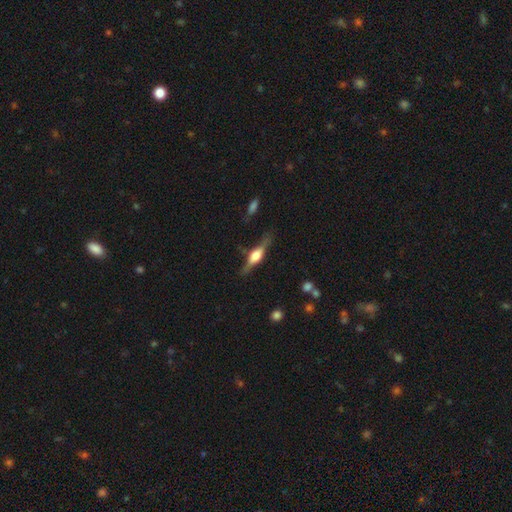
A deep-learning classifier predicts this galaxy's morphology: A featured or disk galaxy (67%) viewed edge-on (94%) with a rounded central bulge (82%). Merging: none (74%).